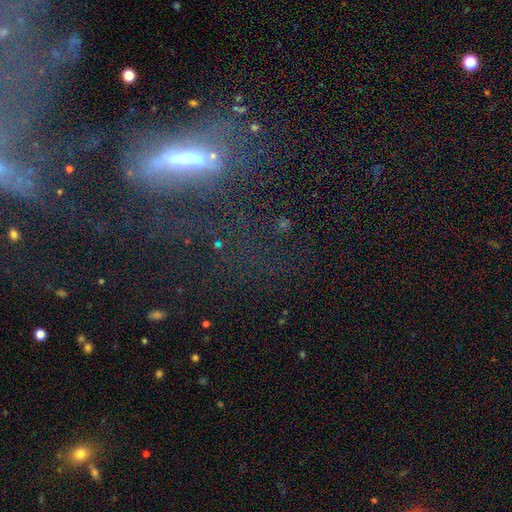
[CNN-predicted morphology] smooth-or-featured: featured or disk: 52% | smooth: 24% | star or artifact: 24%
  disk-edge-on: no: 56% | yes: 44%
  merging: none: 44% | major disturbance: 30% | minor disturbance: 18% | merger: 9%